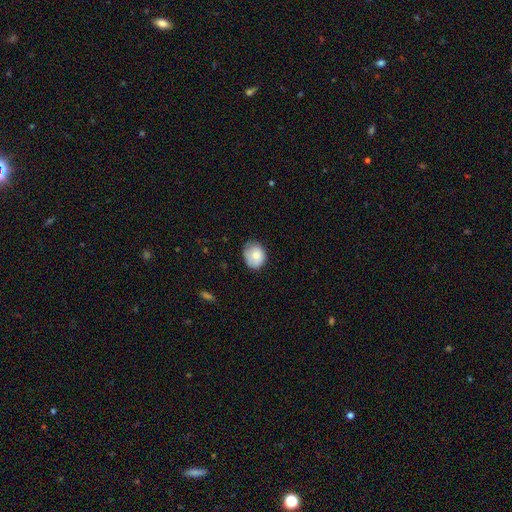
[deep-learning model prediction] This is likely a smooth galaxy (78%). How rounded: possibly round (58%). Merging: likely none (65%).